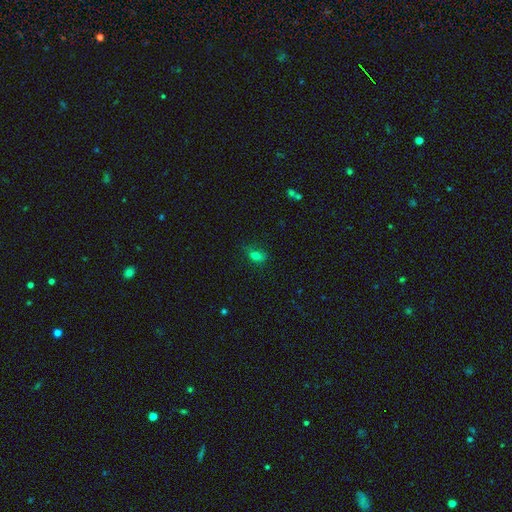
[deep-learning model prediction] Smooth or featured: smooth — 73% (star or artifact — 19%)
How rounded: in between — 76% (round — 18%)
Merging: none — 66% (minor disturbance — 22%)